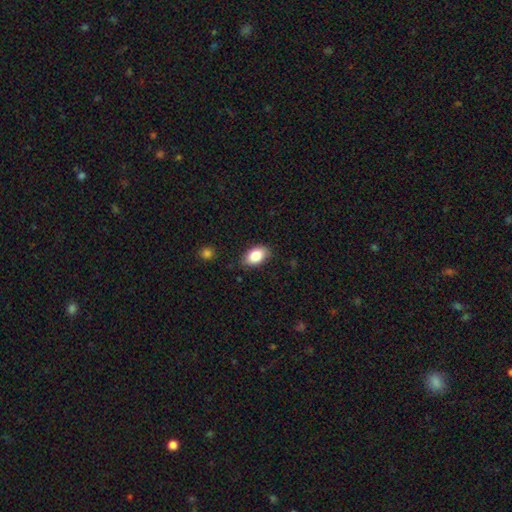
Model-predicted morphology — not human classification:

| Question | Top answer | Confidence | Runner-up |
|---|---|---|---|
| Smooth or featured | smooth | 85% | featured or disk (8%) |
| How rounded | in between | 91% | round (7%) |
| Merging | none | 84% | minor disturbance (12%) |